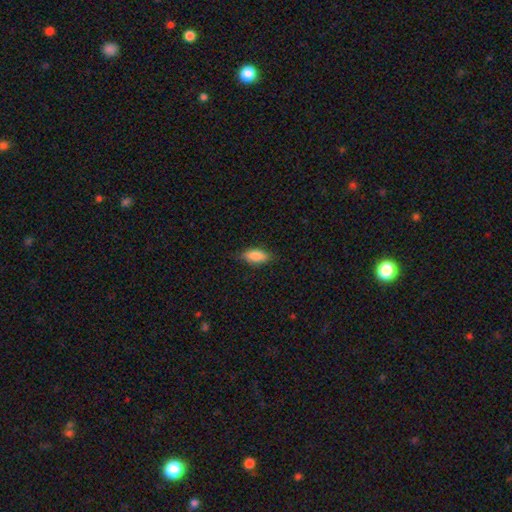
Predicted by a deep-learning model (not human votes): Smooth or featured? Predicted: smooth (p=0.85). How rounded? Predicted: in between (p=0.84). Merging? Predicted: none (p=0.80).